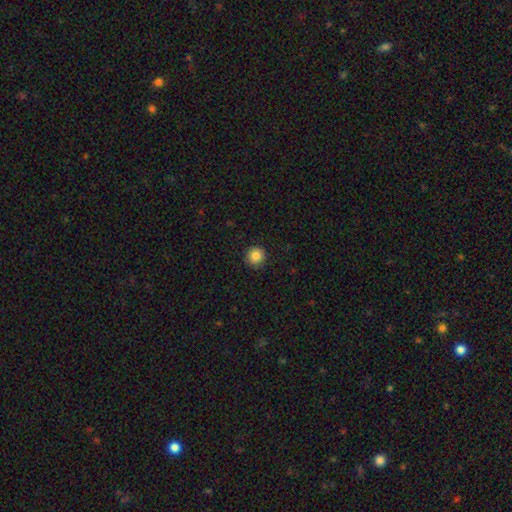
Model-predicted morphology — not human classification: A smooth galaxy with no disk features (85%) that is round (96%). Merging: none (91%).